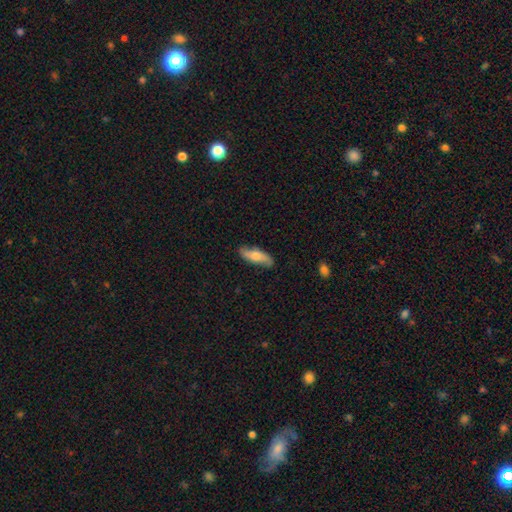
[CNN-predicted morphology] This is possibly a smooth galaxy (53%). How rounded: possibly in between (53%). Merging: clearly none (82%).